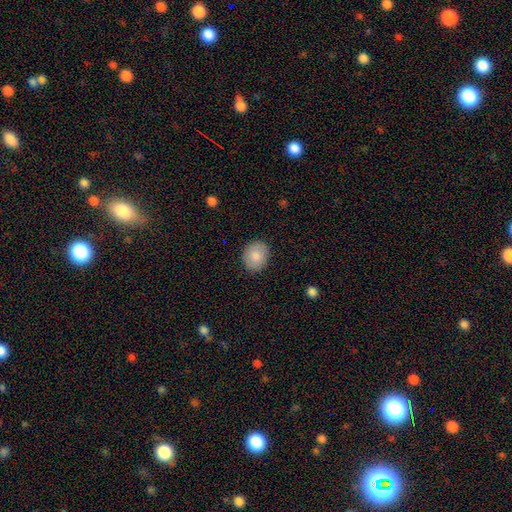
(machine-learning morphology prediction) smooth-or-featured: smooth: 83% | featured or disk: 10% | star or artifact: 7%
  how-rounded: round: 58% | in between: 42% | cigar-shaped: 1%
  merging: none: 87% | minor disturbance: 10% | major disturbance: 2% | merger: 1%